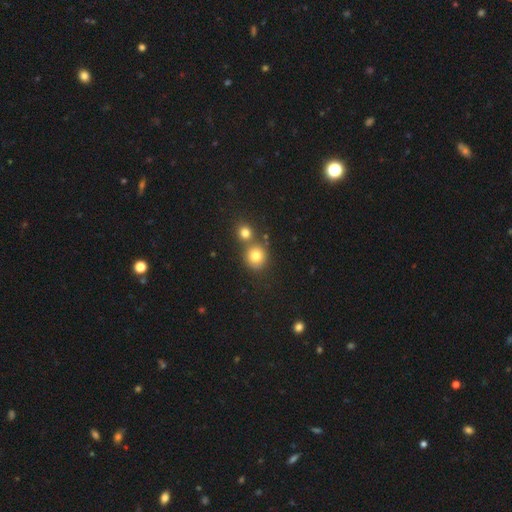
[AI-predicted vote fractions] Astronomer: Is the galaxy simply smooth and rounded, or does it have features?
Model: smooth — 78%.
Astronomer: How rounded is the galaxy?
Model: round — 87%.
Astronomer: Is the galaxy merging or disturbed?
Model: none — 59%.